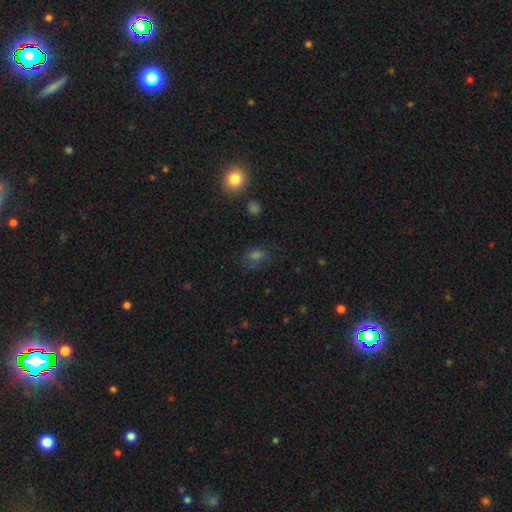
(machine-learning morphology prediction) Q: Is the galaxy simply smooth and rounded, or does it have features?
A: smooth — 63%.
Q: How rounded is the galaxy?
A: in between — 66%.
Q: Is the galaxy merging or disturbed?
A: none — 69%.